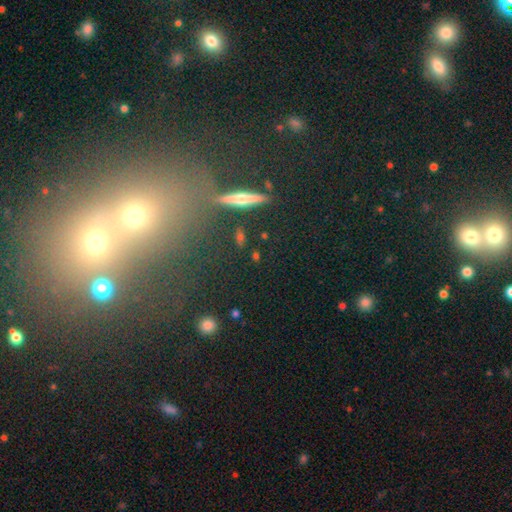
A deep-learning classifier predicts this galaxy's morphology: Overall: featured or disk (38%; smooth 36%). Merging: none (83%).